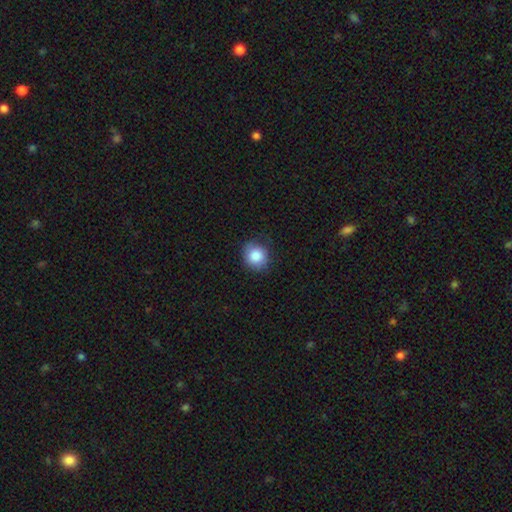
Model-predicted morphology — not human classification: Q: Smooth or featured?
A: smooth (85%); runner-up: star or artifact (8%)
Q: How rounded?
A: round (80%); runner-up: in between (19%)
Q: Merging?
A: none (80%); runner-up: minor disturbance (16%)